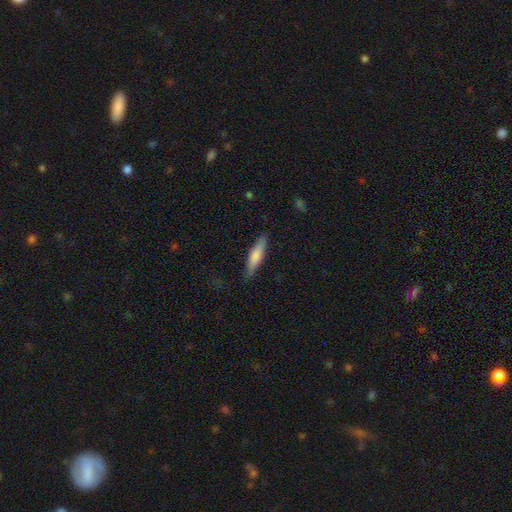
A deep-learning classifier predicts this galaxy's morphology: Overall: smooth (73%). How rounded: cigar-shaped (76%). Merging: none (84%).